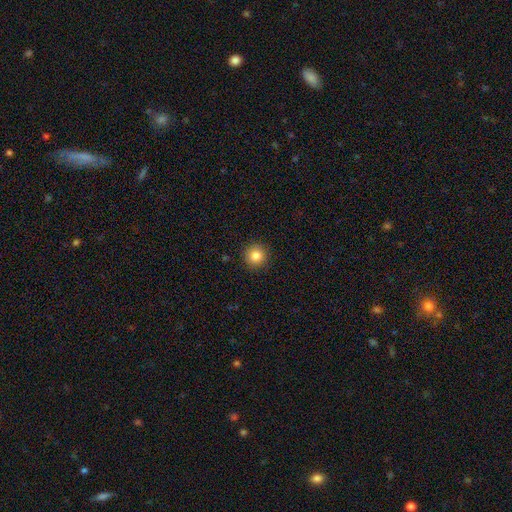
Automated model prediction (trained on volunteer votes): Smooth or featured: smooth — 84% (star or artifact — 10%)
How rounded: round — 95% (in between — 4%)
Merging: none — 92% (minor disturbance — 5%)